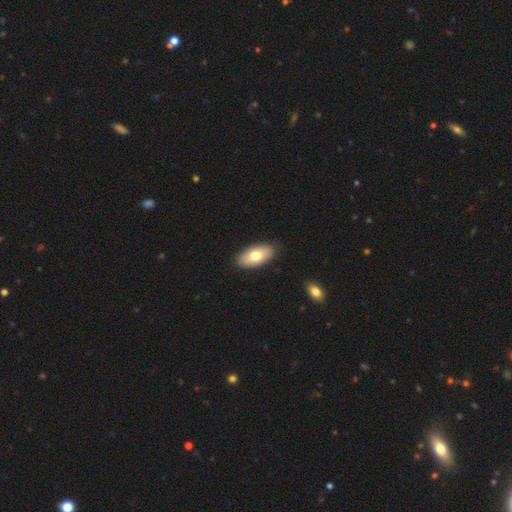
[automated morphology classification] This is likely a smooth galaxy (74%). How rounded: clearly in between (93%). Merging: clearly none (87%).